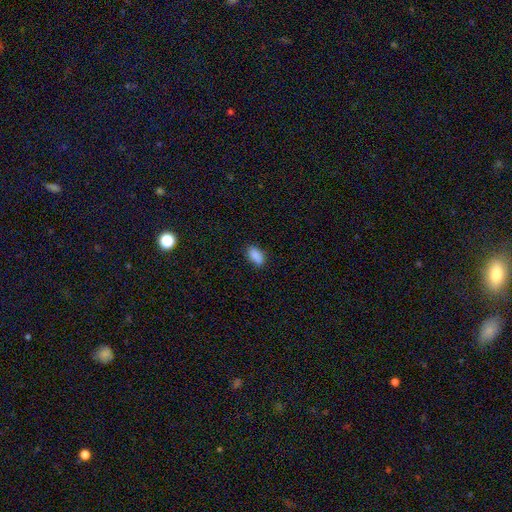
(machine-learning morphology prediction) The model was most divided on "merging": none: 84%, minor disturbance: 12%, major disturbance: 3%, merger: 1%. More confident: how rounded — in between (92%); smooth or featured — smooth (89%).